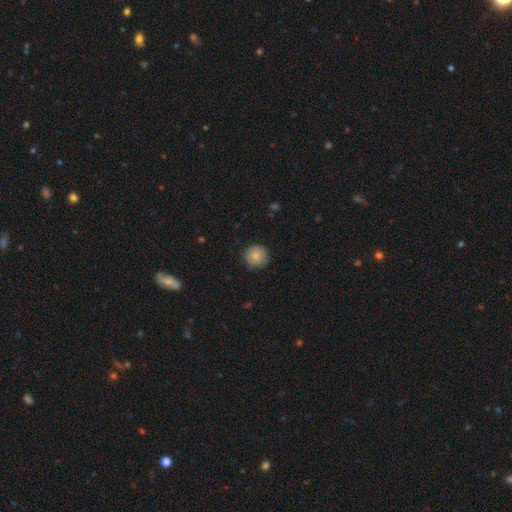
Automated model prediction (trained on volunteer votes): This is clearly a smooth galaxy (84%). How rounded: clearly round (94%). Merging: clearly none (86%).